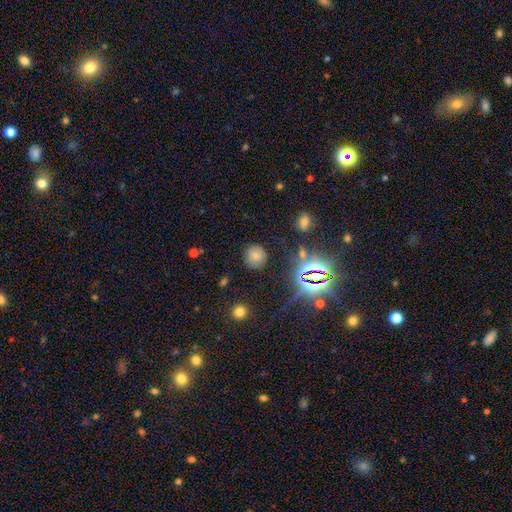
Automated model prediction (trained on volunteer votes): A smooth galaxy with no disk features (67%) that is round (86%).

Vote fractions:
- Smooth or featured? smooth: 67% / star or artifact: 20% / featured or disk: 12%
- How rounded? round: 86% / in between: 13% / cigar-shaped: 1%
- Merging? none: 83% / minor disturbance: 11% / major disturbance: 4% / merger: 2%